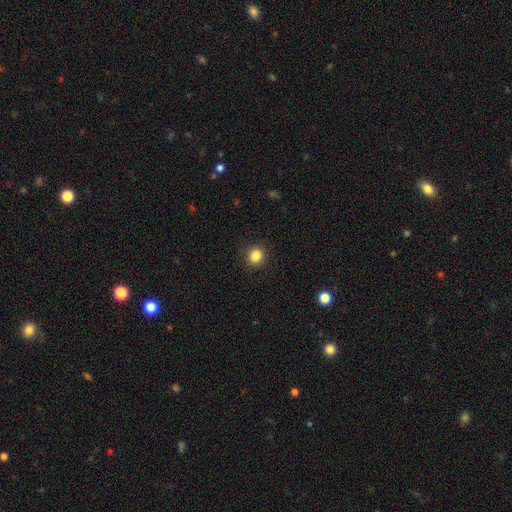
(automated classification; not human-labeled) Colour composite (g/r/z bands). It shows a smooth galaxy with no disk features (85%) that is round (85%). Merging: none (91%).